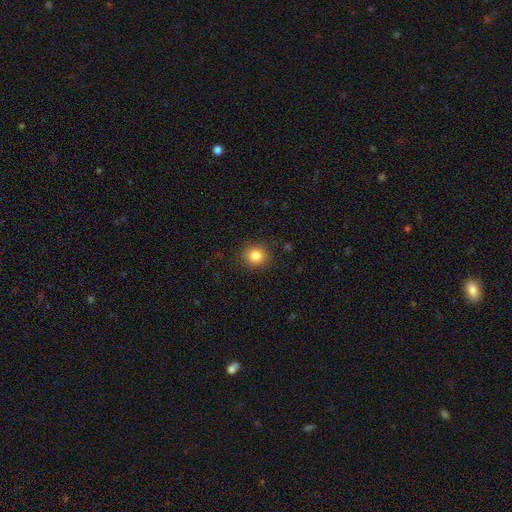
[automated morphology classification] type=smooth (84%); roundness=round (88%); merging=none (89%).